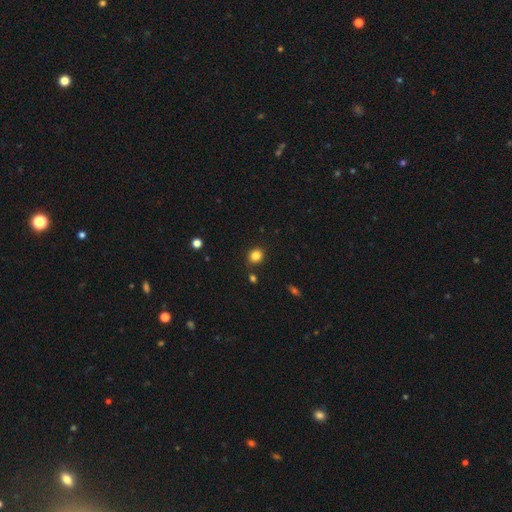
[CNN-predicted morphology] This appears to be a smooth galaxy with no disk features (83%) that is round (75%). Merging: none (86%).